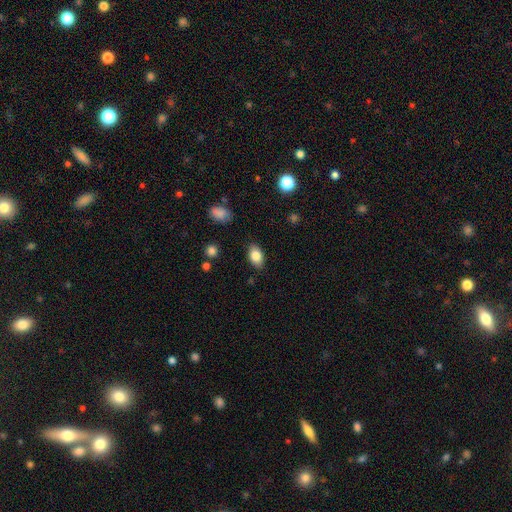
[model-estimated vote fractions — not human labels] Morphology: type=smooth (83%); roundness=in between (89%); merging=none (85%).